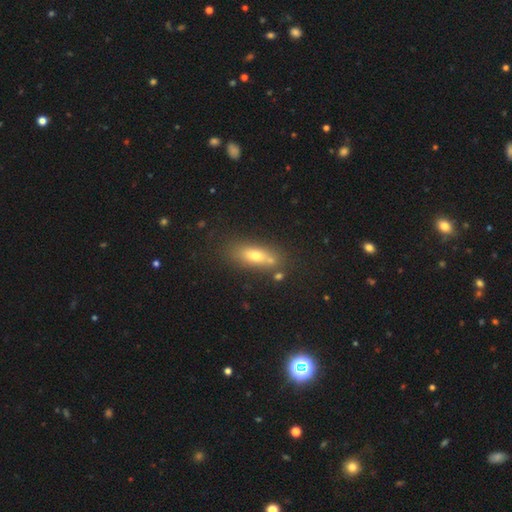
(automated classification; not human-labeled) The model was most divided on "how rounded": in between: 65%, cigar-shaped: 28%, round: 6%. More confident: smooth or featured — smooth (67%); merging — none (63%).